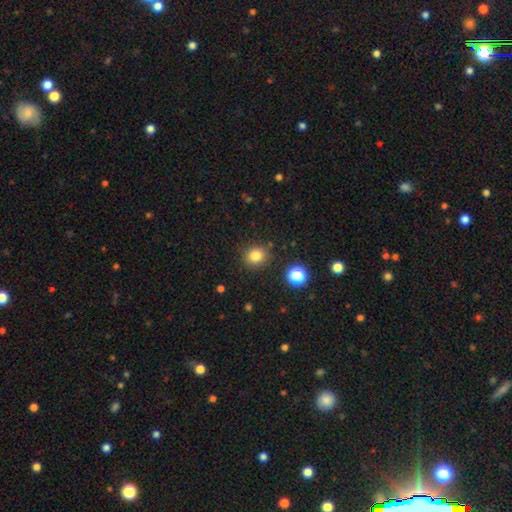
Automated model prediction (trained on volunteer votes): A smooth galaxy with no disk features (81%) that is round (83%).

Vote fractions:
- Smooth or featured? smooth: 81% / star or artifact: 13% / featured or disk: 6%
- How rounded? round: 83% / in between: 17% / cigar-shaped: 1%
- Merging? none: 87% / minor disturbance: 8% / major disturbance: 3% / merger: 2%